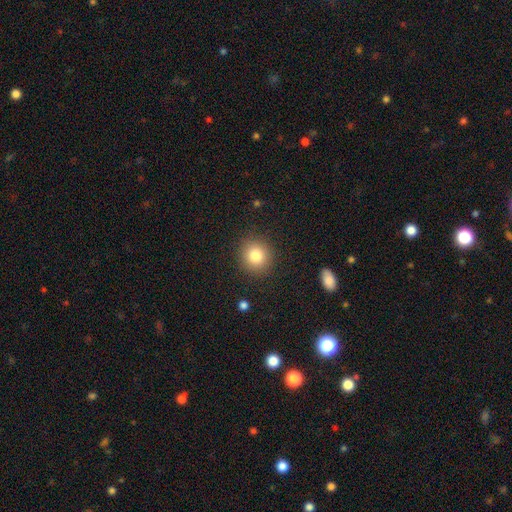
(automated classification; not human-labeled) smooth_or_featured: smooth (p=0.81) [alt: star or artifact p=0.11]
how_rounded: round (p=0.89) [alt: in between p=0.10]
merging: none (p=0.89) [alt: minor disturbance p=0.07]